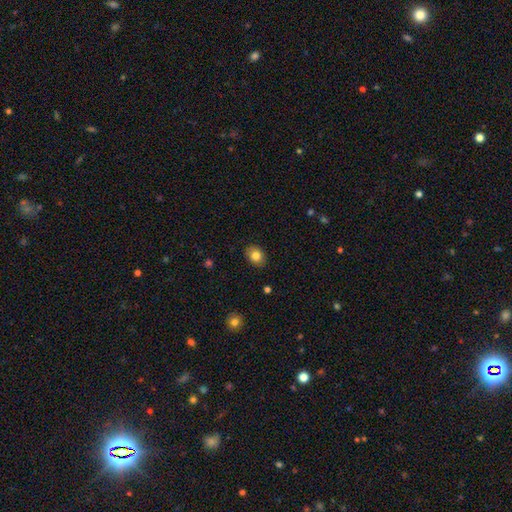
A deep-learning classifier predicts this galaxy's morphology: Smooth or featured?
  - smooth: 82% *
  - star or artifact: 9%
  - featured or disk: 8%
How rounded?
  - in between: 59% *
  - round: 40%
  - cigar-shaped: 1%
Merging?
  - none: 88% *
  - minor disturbance: 9%
  - major disturbance: 2%
  - merger: 1%